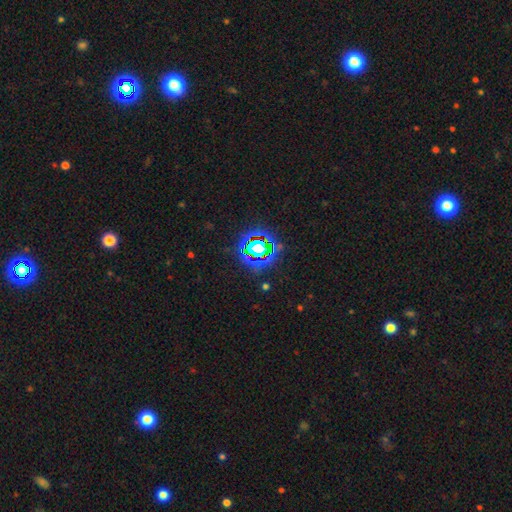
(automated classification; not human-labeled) smooth_or_featured: star or artifact (p=0.80) [alt: smooth p=0.12]